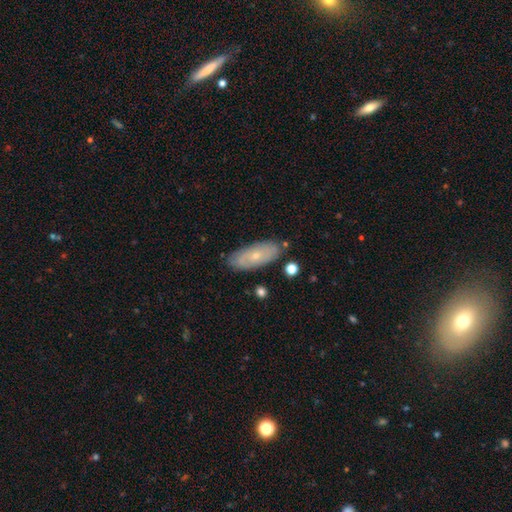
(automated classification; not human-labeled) Overall: smooth (54%; featured or disk 39%). How rounded: in between (79%). Merging: none (80%).